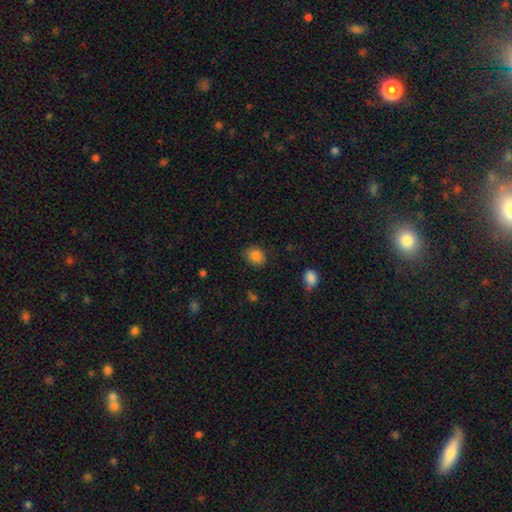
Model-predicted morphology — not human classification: type=smooth (85%); roundness=round (60%); merging=none (81%).